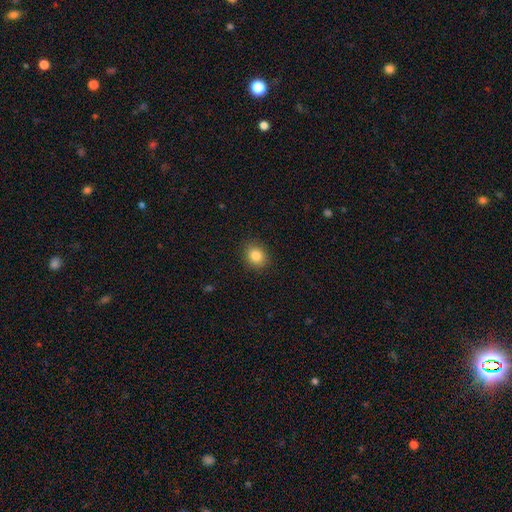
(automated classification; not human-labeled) Morphology: type=smooth (85%); roundness=round (57%); merging=none (88%).